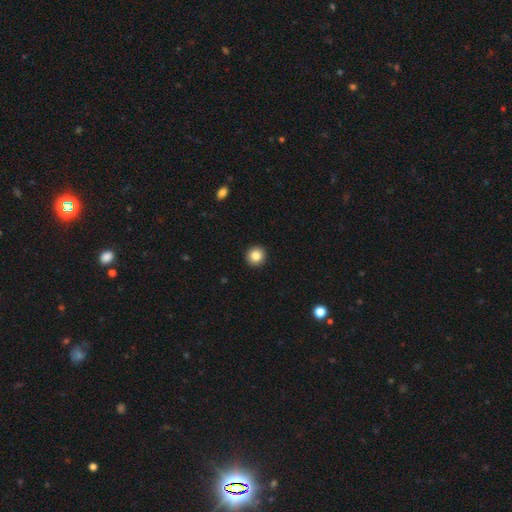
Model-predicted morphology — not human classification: This appears to be a smooth galaxy with no disk features (85%) that is round (94%). Merging: none (94%).